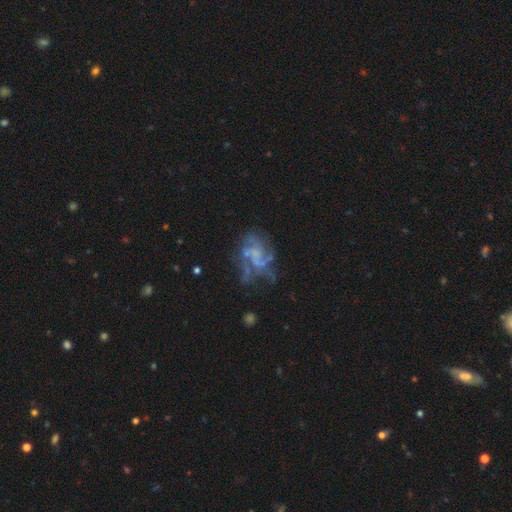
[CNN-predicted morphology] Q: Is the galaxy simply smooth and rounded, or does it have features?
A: featured or disk — 72%.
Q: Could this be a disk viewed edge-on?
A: no — 98%.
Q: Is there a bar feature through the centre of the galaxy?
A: no — 74%.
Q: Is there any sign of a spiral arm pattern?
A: yes — 58%.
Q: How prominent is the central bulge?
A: none — 63%.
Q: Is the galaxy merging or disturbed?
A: none — 42%.